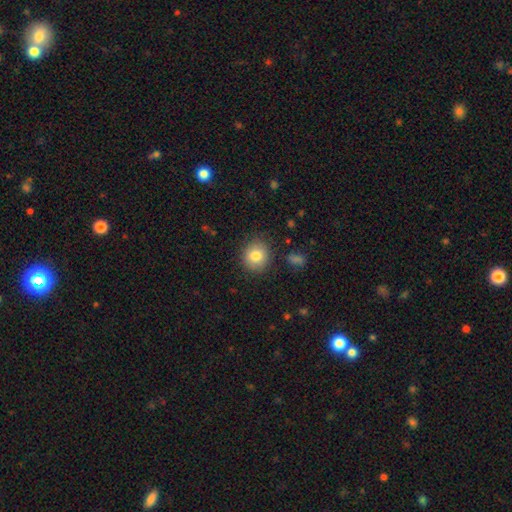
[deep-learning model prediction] smooth 81%, star or artifact 10%, featured or disk 9%. Down the decision tree: how rounded — round (83%); merging — none (87%).